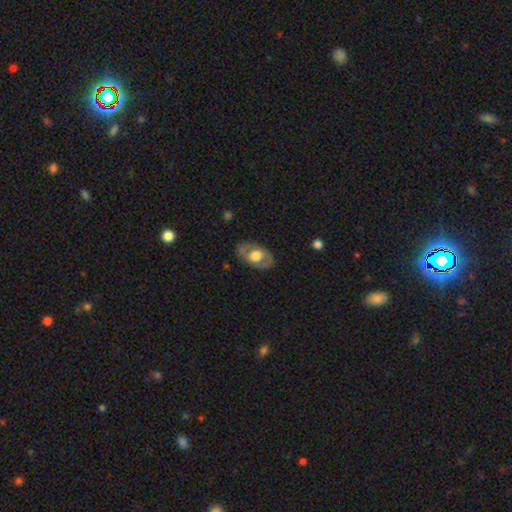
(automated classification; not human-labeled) Morphology: type=featured or disk (52%); edge-on=no (89%); merging=none (79%).